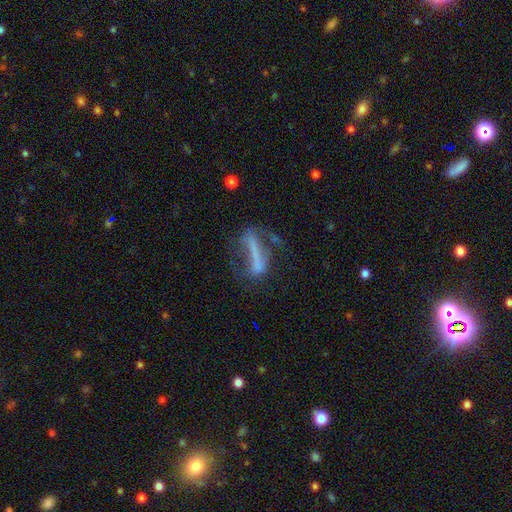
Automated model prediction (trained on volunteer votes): Smooth or featured? featured or disk (54%)
Edge-on disk? no (68%)
Merging? none (42%)